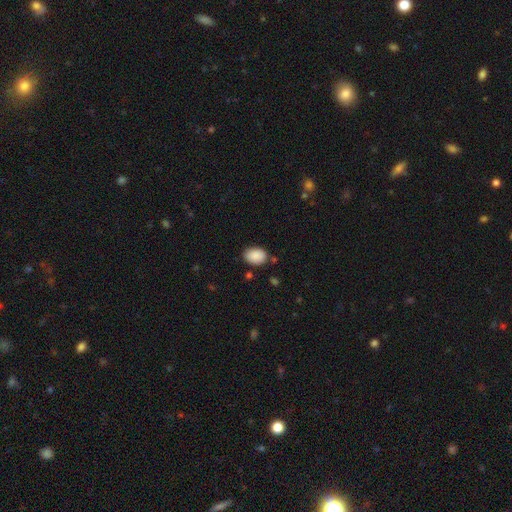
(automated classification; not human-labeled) Smooth or featured: smooth — 89% (star or artifact — 7%)
How rounded: in between — 78% (round — 21%)
Merging: none — 80% (minor disturbance — 14%)